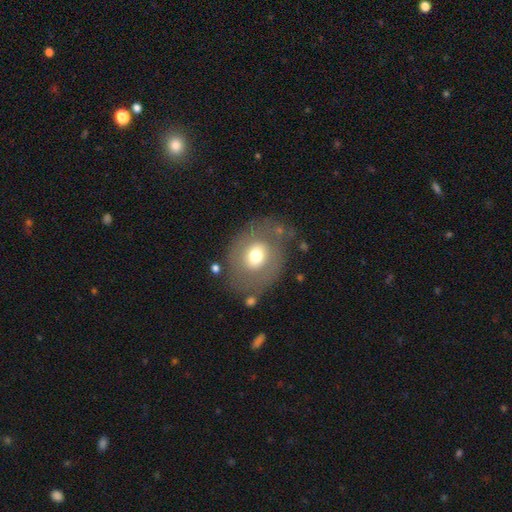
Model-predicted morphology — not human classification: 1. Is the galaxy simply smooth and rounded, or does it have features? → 56% smooth, 35% featured or disk, 8% star or artifact.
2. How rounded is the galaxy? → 51% in between, 48% round, 1% cigar-shaped.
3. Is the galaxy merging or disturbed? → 70% none, 17% minor disturbance, 10% major disturbance, 4% merger.